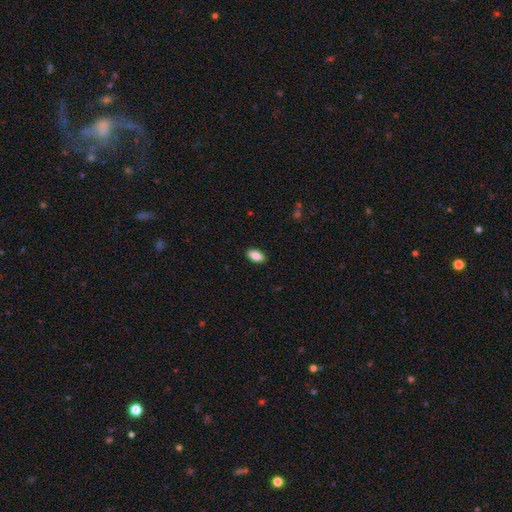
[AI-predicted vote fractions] A smooth galaxy with no disk features (88%) that is in between round and cigar-shaped (92%).

Vote fractions:
- Smooth or featured? smooth: 88% / star or artifact: 7% / featured or disk: 5%
- How rounded? in between: 92% / cigar-shaped: 4% / round: 3%
- Merging? none: 90% / minor disturbance: 8% / major disturbance: 2% / merger: 1%